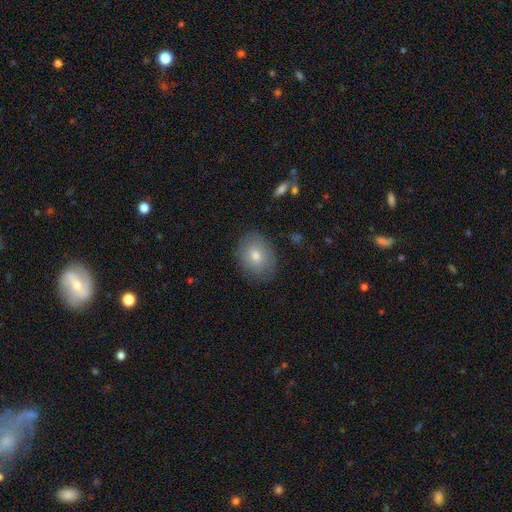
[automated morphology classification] This appears to be a smooth galaxy with no disk features (74%) that is in between round and cigar-shaped (57%). Merging: none (84%).